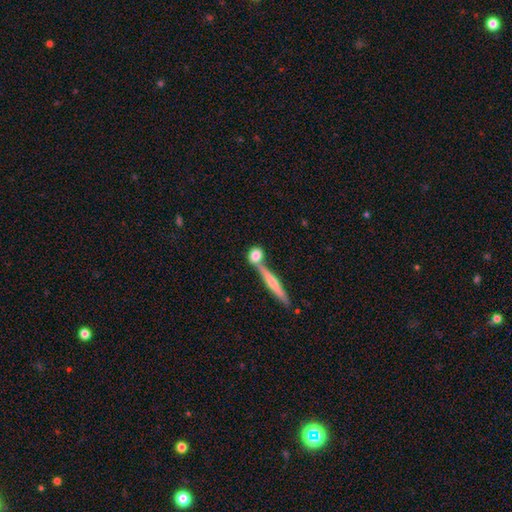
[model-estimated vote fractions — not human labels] smooth 74%, featured or disk 19%, star or artifact 8%. Down the decision tree: how rounded — round (63%); merging — none (56%).